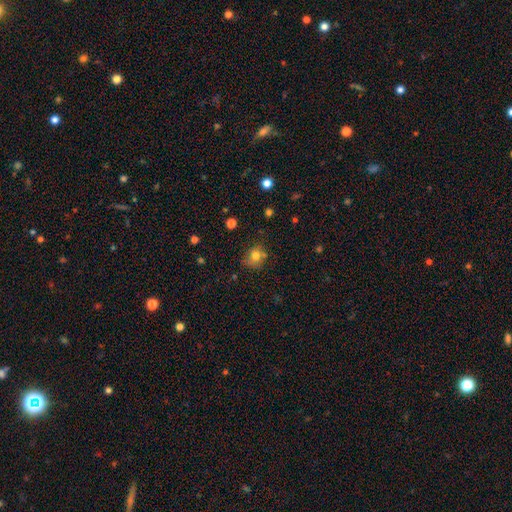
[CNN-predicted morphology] type=smooth (76%); roundness=round (73%); merging=none (64%).